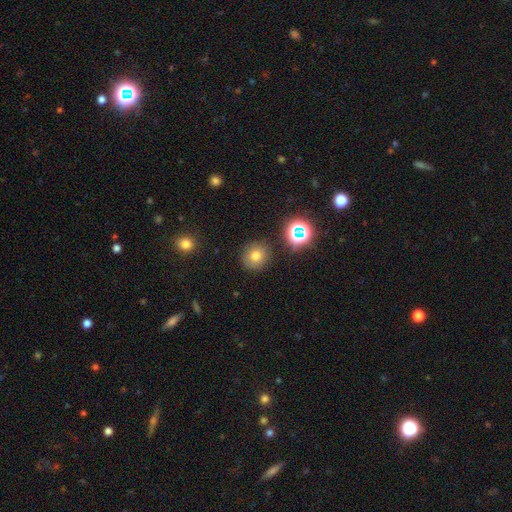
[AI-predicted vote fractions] This appears to be a smooth galaxy with no disk features (72%) that is round (86%). Merging: none (86%).